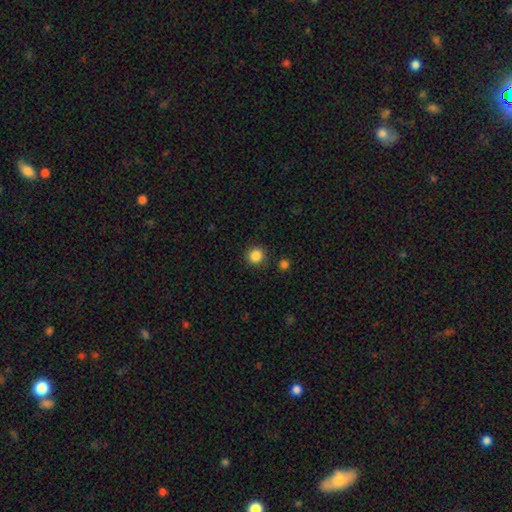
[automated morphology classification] Smooth or featured?
  - smooth: 86% *
  - star or artifact: 11%
  - featured or disk: 3%
How rounded?
  - round: 92% *
  - in between: 7%
  - cigar-shaped: 1%
Merging?
  - none: 89% *
  - minor disturbance: 6%
  - major disturbance: 2%
  - merger: 2%